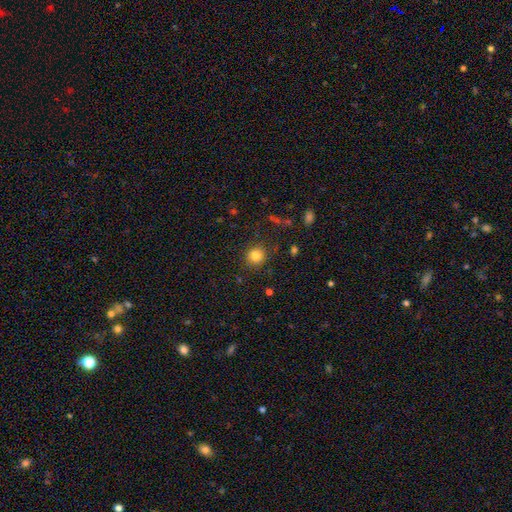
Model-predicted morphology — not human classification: Smooth or featured? Predicted: smooth (p=0.83). How rounded? Predicted: round (p=0.88). Merging? Predicted: none (p=0.86).